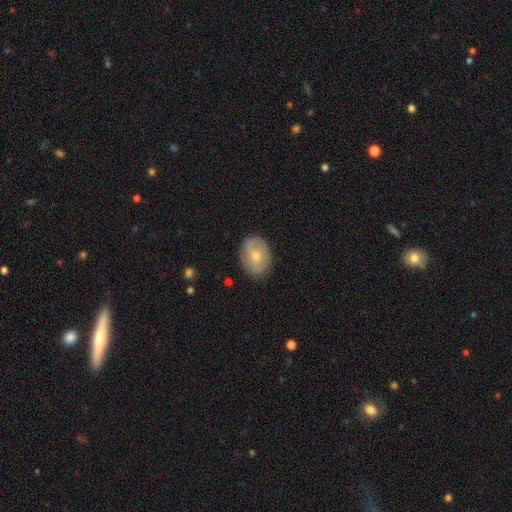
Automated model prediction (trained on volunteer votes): Smooth or featured?
  - smooth: 53% *
  - featured or disk: 39%
  - star or artifact: 8%
How rounded?
  - in between: 68% *
  - round: 31%
  - cigar-shaped: 1%
Merging?
  - none: 84% *
  - minor disturbance: 12%
  - major disturbance: 3%
  - merger: 1%